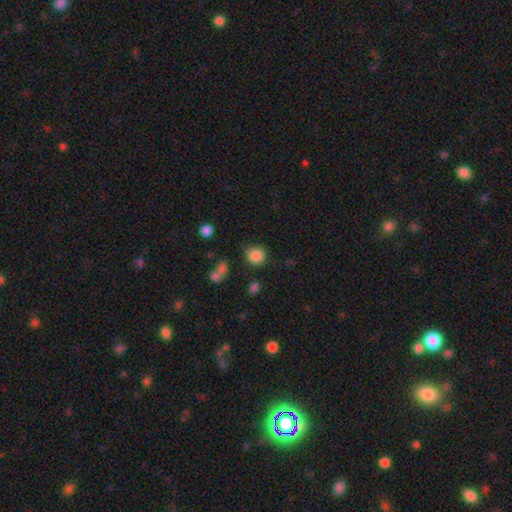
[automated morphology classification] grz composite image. It shows a smooth galaxy with no disk features (85%) that is round (87%). Merging: none (79%).